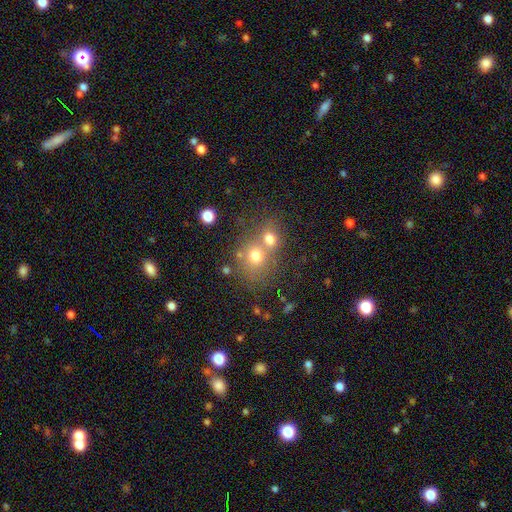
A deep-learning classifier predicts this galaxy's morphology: smooth_or_featured: smooth (p=0.70) [alt: star or artifact p=0.15]
how_rounded: round (p=0.76) [alt: in between p=0.23]
merging: merger (p=0.49) [alt: none p=0.39]